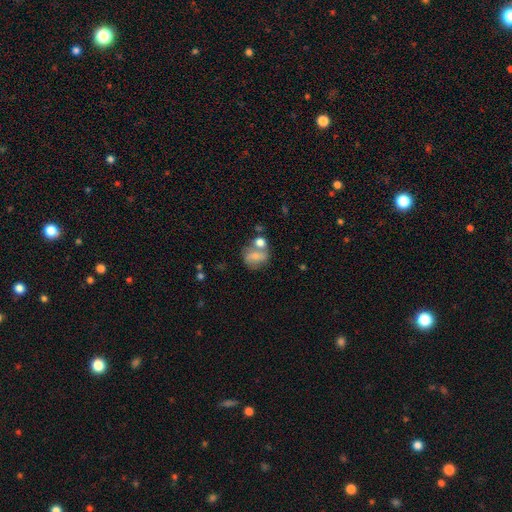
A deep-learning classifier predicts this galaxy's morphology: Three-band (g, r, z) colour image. It shows a smooth galaxy with no disk features (60%) that is round (53%). Merging: none (42%).